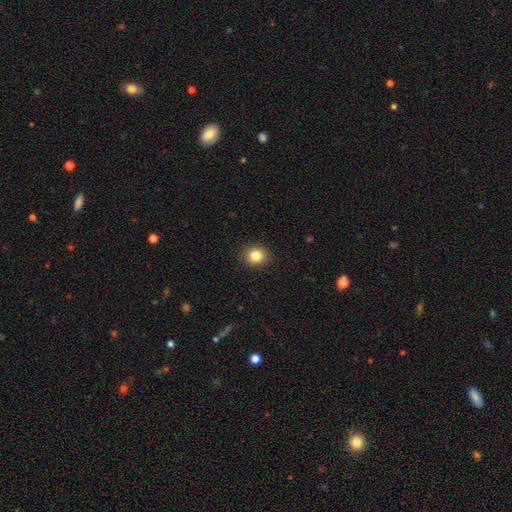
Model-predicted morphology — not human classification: Smooth or featured: smooth — 84% (star or artifact — 11%)
How rounded: round — 83% (in between — 16%)
Merging: none — 92% (minor disturbance — 6%)